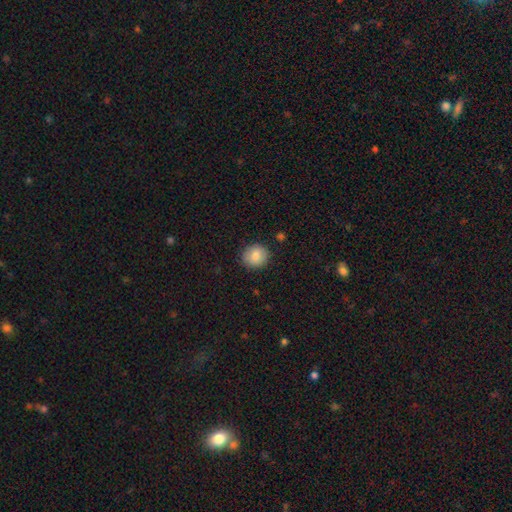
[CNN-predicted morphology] Smooth or featured? smooth (84%)
How rounded? round (83%)
Merging? none (88%)